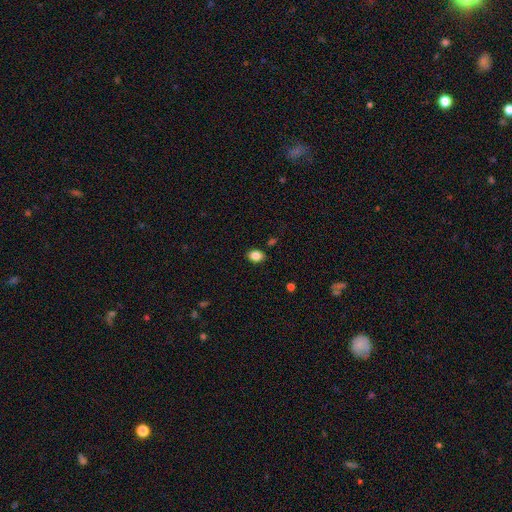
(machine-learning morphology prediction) Smooth or featured? smooth (85%)
How rounded? in between (69%)
Merging? none (86%)